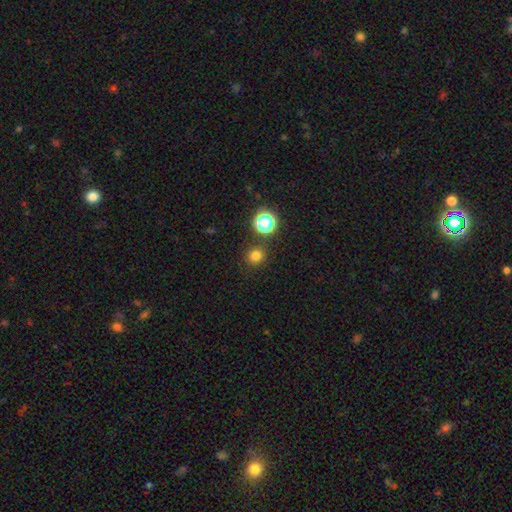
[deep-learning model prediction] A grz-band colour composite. It shows a smooth galaxy with no disk features (77%) that is round (91%). Merging: none (87%).